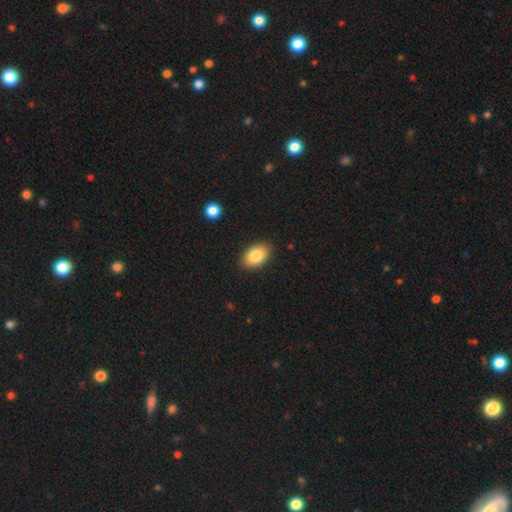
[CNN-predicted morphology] Overall: smooth (84%). How rounded: in between (89%). Merging: none (88%).